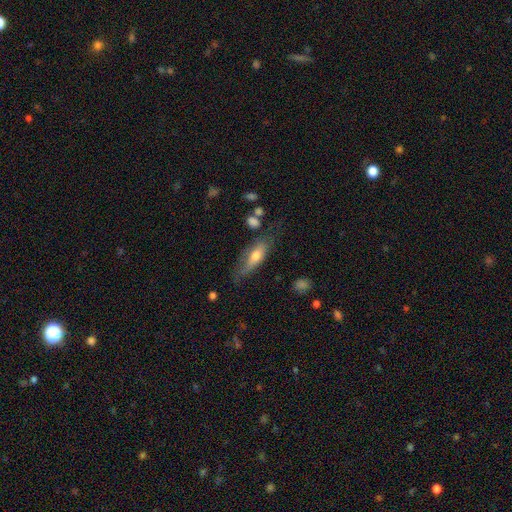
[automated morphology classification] smooth 58%, featured or disk 36%, star or artifact 6%. Down the decision tree: how rounded — in between (51%); merging — none (58%).